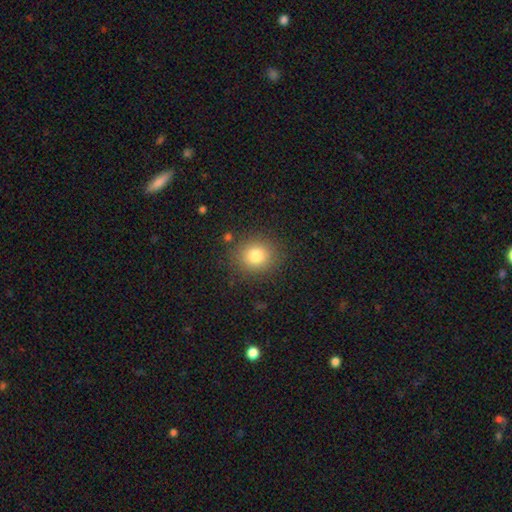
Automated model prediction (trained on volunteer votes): Smooth or featured? smooth (80%)
How rounded? round (80%)
Merging? none (86%)